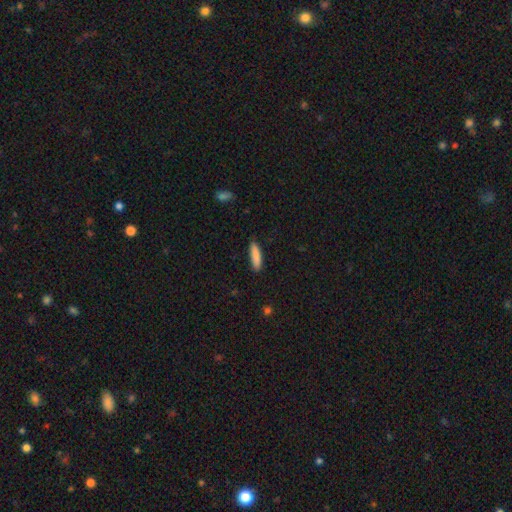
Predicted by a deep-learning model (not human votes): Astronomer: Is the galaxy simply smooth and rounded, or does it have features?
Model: smooth — 87%.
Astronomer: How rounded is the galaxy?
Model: cigar-shaped — 75%.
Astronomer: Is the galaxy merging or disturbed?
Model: none — 87%.